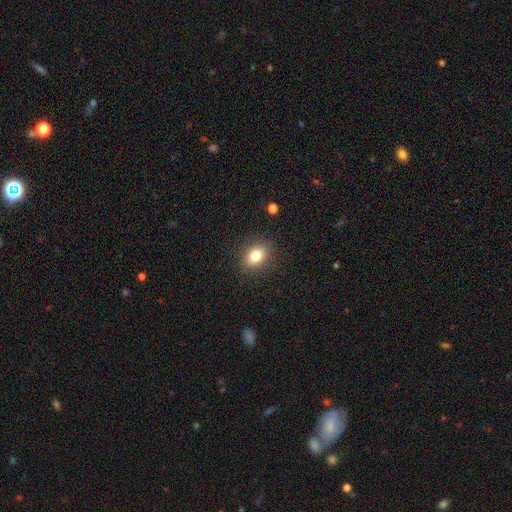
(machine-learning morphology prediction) This appears to be a smooth galaxy with no disk features (80%) that is in between round and cigar-shaped (68%). Merging: none (88%).